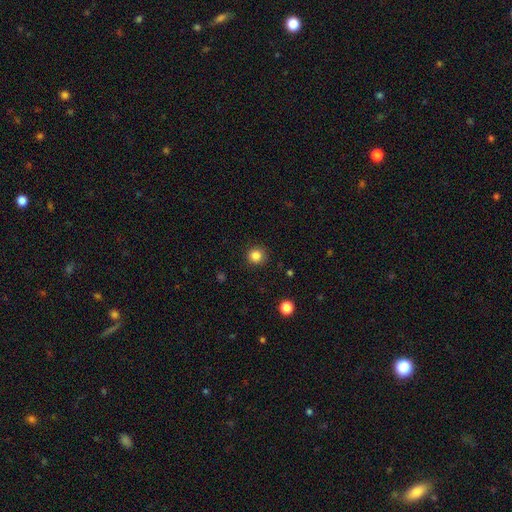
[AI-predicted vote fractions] A smooth galaxy with no disk features (84%) that is round (94%).

Vote fractions:
- Smooth or featured? smooth: 84% / star or artifact: 12% / featured or disk: 4%
- How rounded? round: 94% / in between: 5% / cigar-shaped: 1%
- Merging? none: 91% / minor disturbance: 6% / major disturbance: 2% / merger: 1%